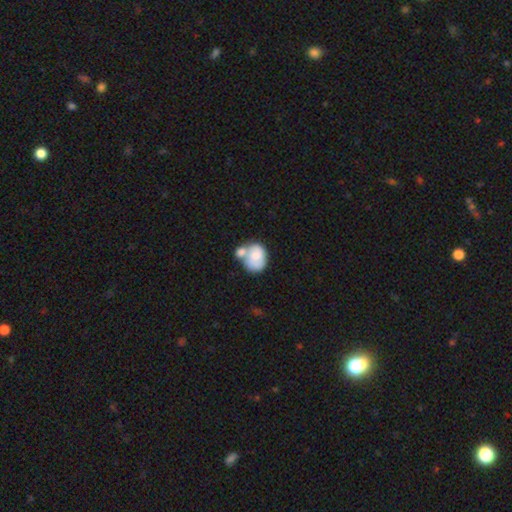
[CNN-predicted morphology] The model was most divided on "how rounded": in between: 58%, round: 41%, cigar-shaped: 1%. More confident: smooth or featured — smooth (71%); merging — merger (56%).